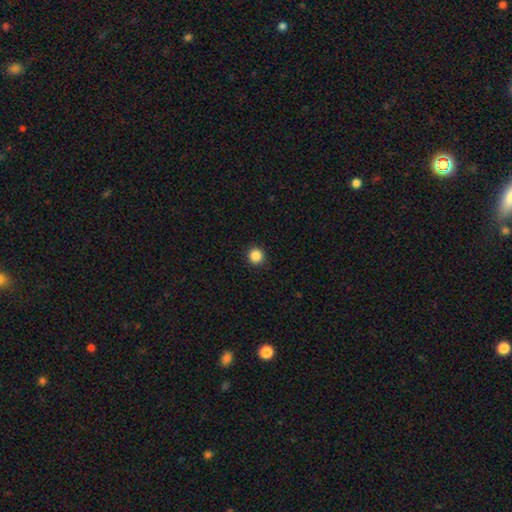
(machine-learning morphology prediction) Smooth or featured?
  - smooth: 86% *
  - star or artifact: 11%
  - featured or disk: 3%
How rounded?
  - round: 95% *
  - in between: 4%
  - cigar-shaped: 1%
Merging?
  - none: 93% *
  - minor disturbance: 5%
  - major disturbance: 2%
  - merger: 1%